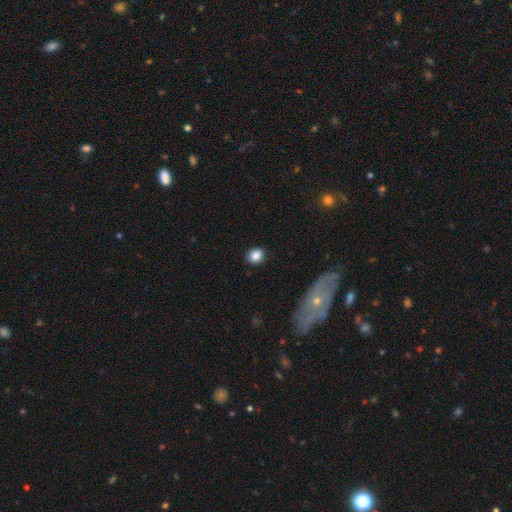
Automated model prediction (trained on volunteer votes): Smooth or featured: smooth — 84% (star or artifact — 9%)
How rounded: round — 72% (in between — 27%)
Merging: none — 89% (minor disturbance — 8%)